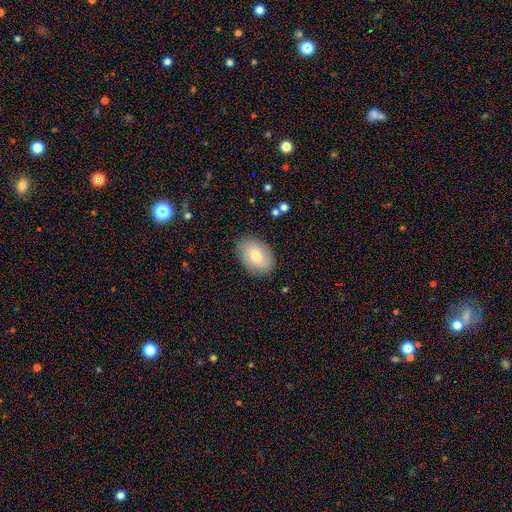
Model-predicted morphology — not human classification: A smooth galaxy with no disk features (73%) that is in between round and cigar-shaped (87%). Merging: none (86%).